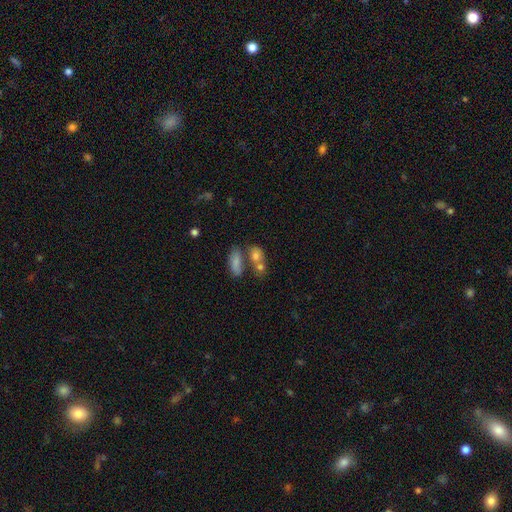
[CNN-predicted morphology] This appears to be a smooth galaxy with no disk features (75%) that is in between round and cigar-shaped (68%). Merging: merger (43%).